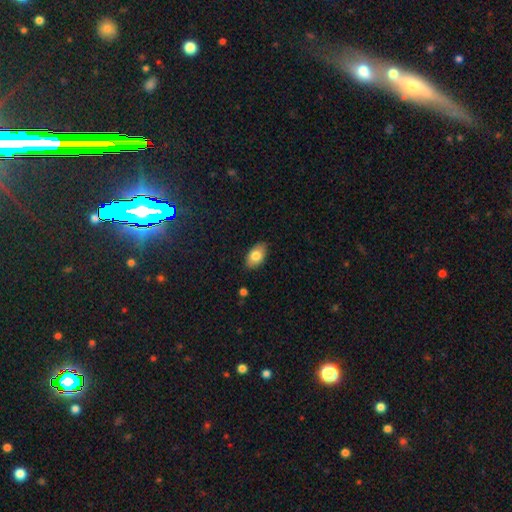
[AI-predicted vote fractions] smooth 80%, featured or disk 13%, star or artifact 7%. Down the decision tree: how rounded — in between (92%); merging — none (86%).